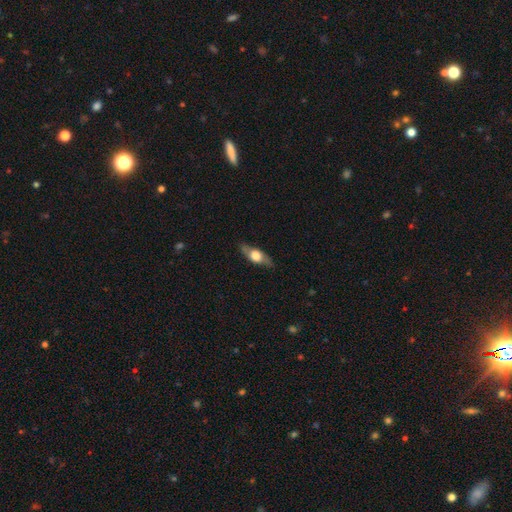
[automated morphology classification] Smooth or featured?
  - featured or disk: 55% *
  - smooth: 39%
  - star or artifact: 6%
Edge-on disk?
  - yes: 76% *
  - no: 24%
Merging?
  - none: 79% *
  - minor disturbance: 16%
  - major disturbance: 4%
  - merger: 1%